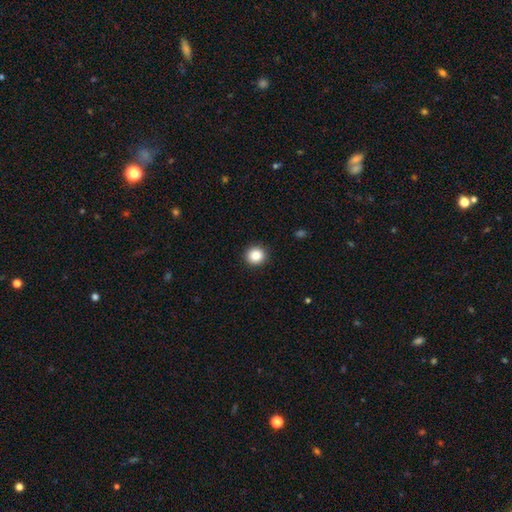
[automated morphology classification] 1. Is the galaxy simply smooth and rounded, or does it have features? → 86% smooth, 10% star or artifact, 5% featured or disk.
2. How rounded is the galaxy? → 93% round, 6% in between, 1% cigar-shaped.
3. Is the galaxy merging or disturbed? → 92% none, 5% minor disturbance, 2% major disturbance, 1% merger.